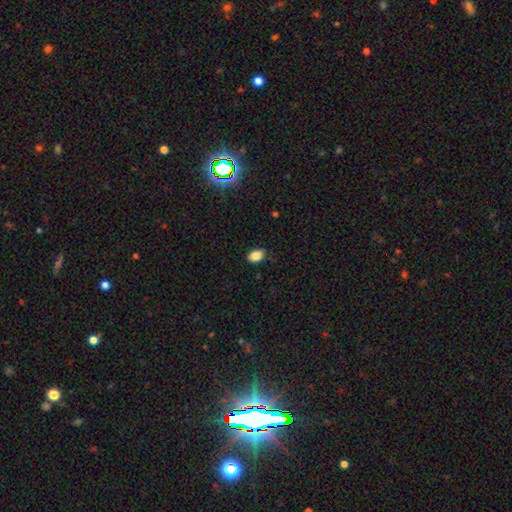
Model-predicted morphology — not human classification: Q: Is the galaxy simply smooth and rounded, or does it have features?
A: smooth — 86%.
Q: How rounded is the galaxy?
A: in between — 81%.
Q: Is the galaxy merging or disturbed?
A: none — 83%.